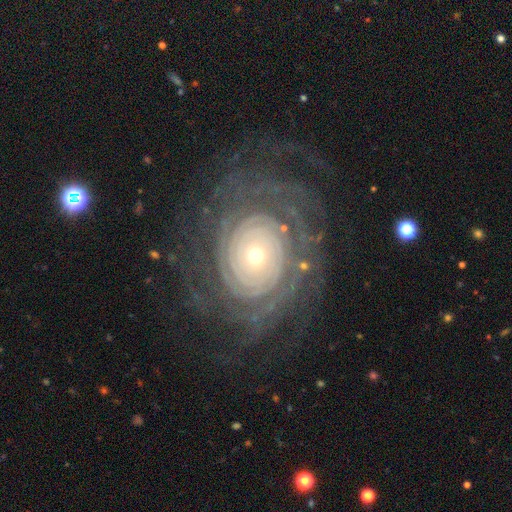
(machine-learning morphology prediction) Overall: featured or disk (88%). Edge-on disk: no (96%). Bar: no (83%). Spiral arms: yes (96%). Spiral arm count: more than 4 (30%; can't tell 29%). Spiral winding: tight (85%). Bulge size: small (65%; moderate 30%). Merging: none (75%).